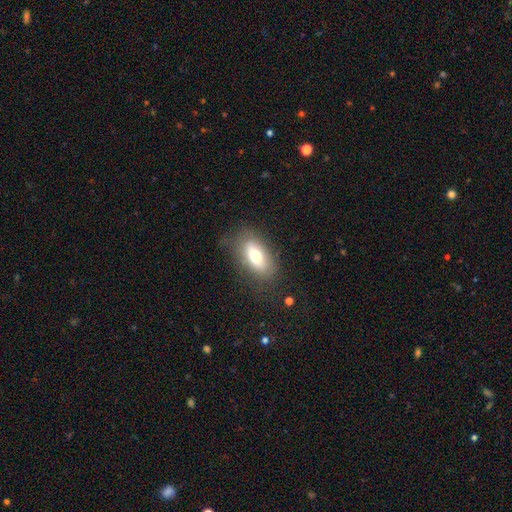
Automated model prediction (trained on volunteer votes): Smooth or featured? Predicted: smooth (p=0.65). How rounded? Predicted: in between (p=0.88). Merging? Predicted: none (p=0.73).